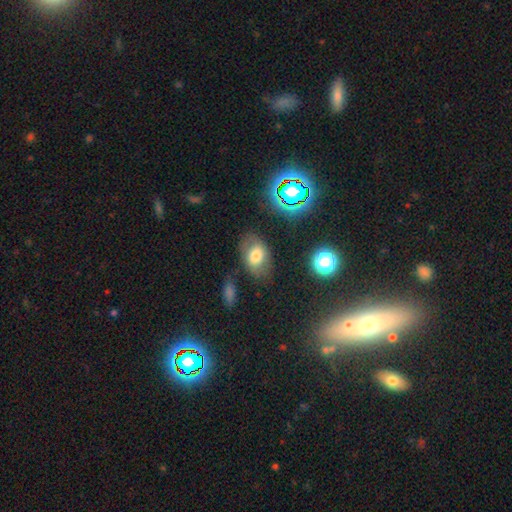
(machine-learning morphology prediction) Smooth or featured: smooth — 67% (featured or disk — 20%)
How rounded: in between — 82% (round — 17%)
Merging: none — 68% (minor disturbance — 20%)